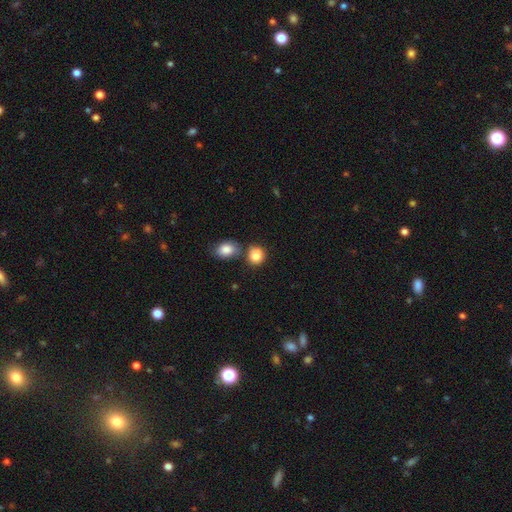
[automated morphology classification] This is clearly a smooth galaxy (85%). How rounded: likely round (76%). Merging: possibly none (58%).